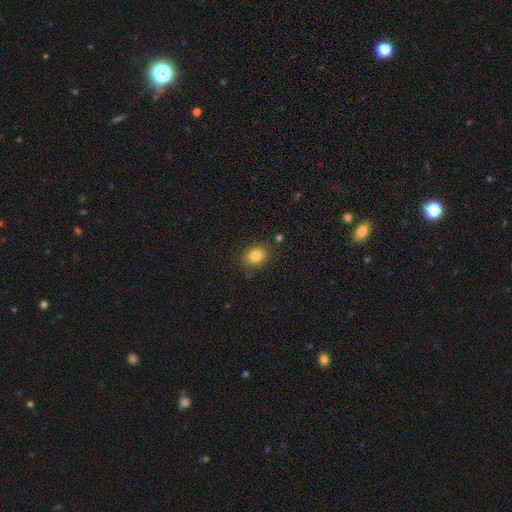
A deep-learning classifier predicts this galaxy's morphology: Q: Smooth or featured?
A: smooth (83%); runner-up: star or artifact (11%)
Q: How rounded?
A: in between (51%); runner-up: round (48%)
Q: Merging?
A: none (84%); runner-up: minor disturbance (11%)